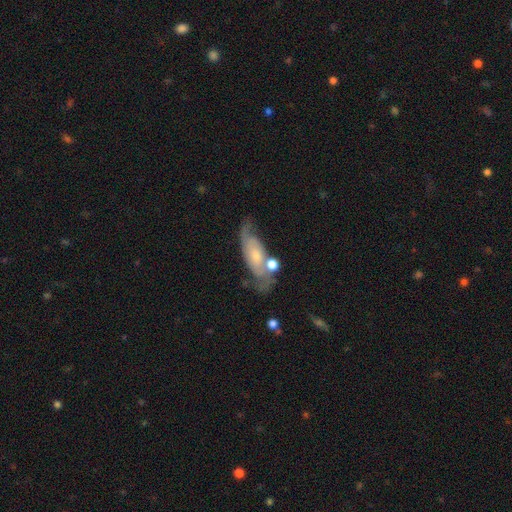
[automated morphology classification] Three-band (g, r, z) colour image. It shows a featured or disk galaxy (73%) with no bar (66%), 2 (76%) medium (43%) spiral arms (91%) and a small central bulge (58%). Merging: none (53%).